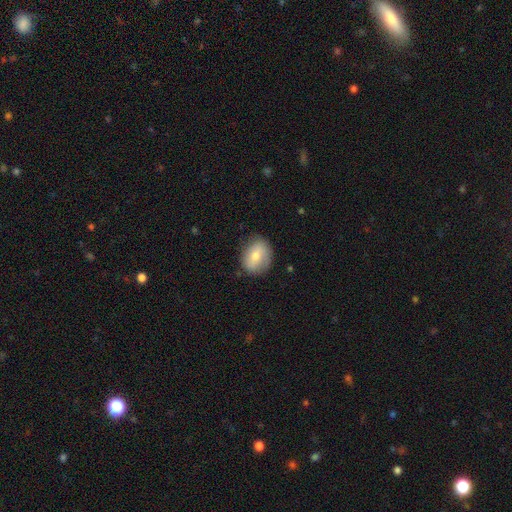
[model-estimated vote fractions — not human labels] smooth 69%, featured or disk 23%, star or artifact 7%. Down the decision tree: how rounded — in between (58%); merging — none (79%).